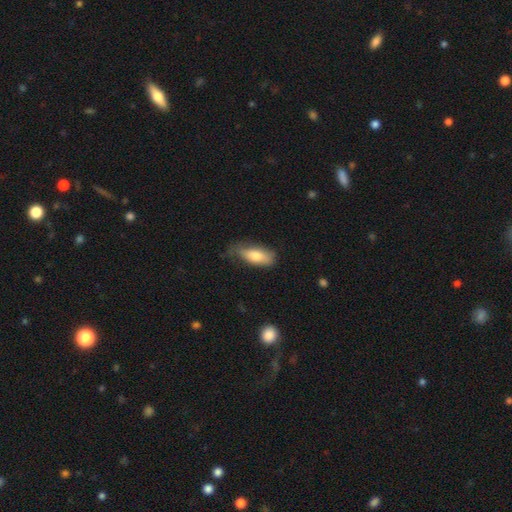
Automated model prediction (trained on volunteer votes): This is likely a smooth galaxy (76%). How rounded: likely in between (73%). Merging: possibly none (51%).